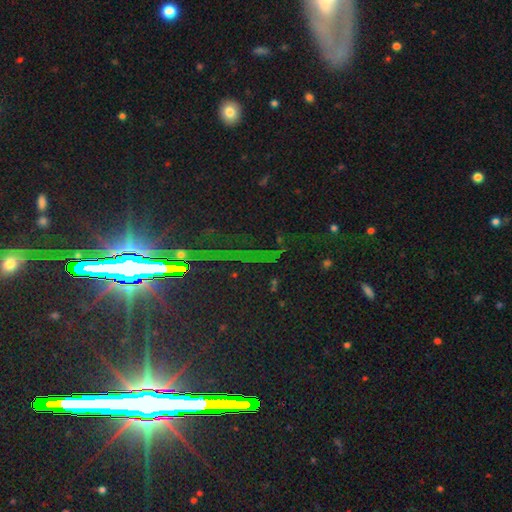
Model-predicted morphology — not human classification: smooth_or_featured: star or artifact (p=0.80) [alt: featured or disk p=0.12]